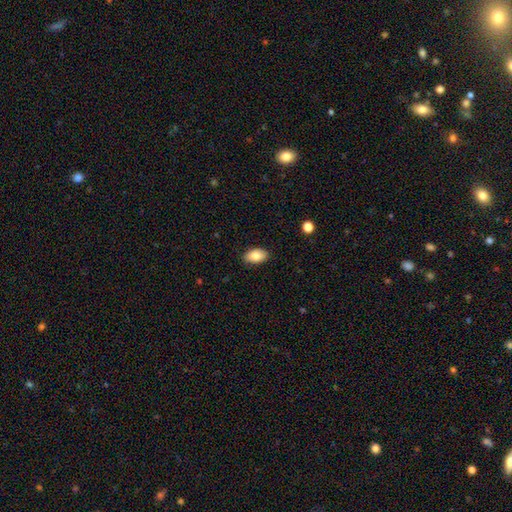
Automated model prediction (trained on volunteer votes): This is clearly a smooth galaxy (84%). How rounded: clearly in between (93%). Merging: clearly none (88%).